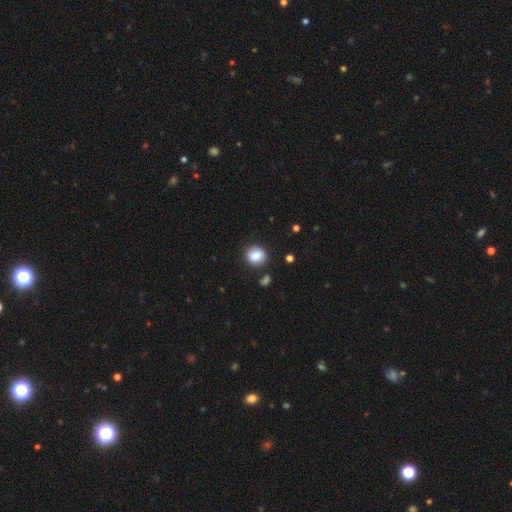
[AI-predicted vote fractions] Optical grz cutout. It shows a smooth galaxy with no disk features (84%) that is round (84%). Merging: none (86%).